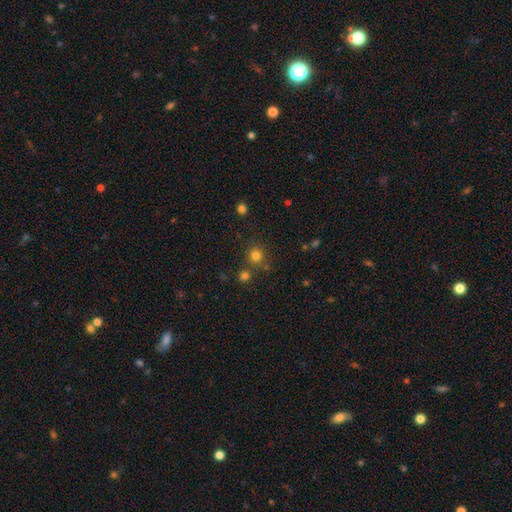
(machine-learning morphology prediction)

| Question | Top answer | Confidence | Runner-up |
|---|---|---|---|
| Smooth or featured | smooth | 77% | star or artifact (18%) |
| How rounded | round | 92% | in between (7%) |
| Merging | none | 78% | merger (11%) |